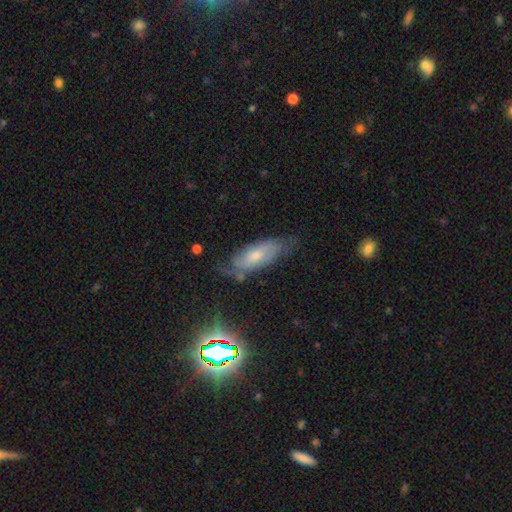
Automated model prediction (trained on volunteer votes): The model was most divided on "smooth or featured": featured or disk: 57%, smooth: 33%, star or artifact: 10%. More confident: edge-on disk — no (83%); merging — none (59%).